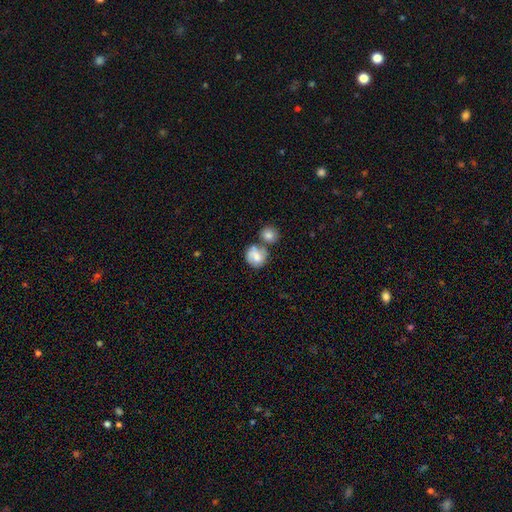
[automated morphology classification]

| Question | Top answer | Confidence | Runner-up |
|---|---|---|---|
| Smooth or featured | smooth | 66% | featured or disk (26%) |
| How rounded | round | 71% | in between (28%) |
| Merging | none | 41% | merger (35%) |